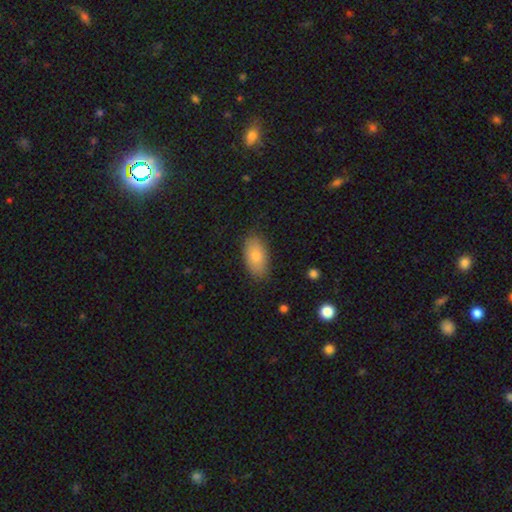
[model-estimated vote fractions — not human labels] smooth_or_featured: smooth (p=0.78) [alt: featured or disk p=0.14]
how_rounded: in between (p=0.93) [alt: round p=0.04]
merging: none (p=0.84) [alt: minor disturbance p=0.12]